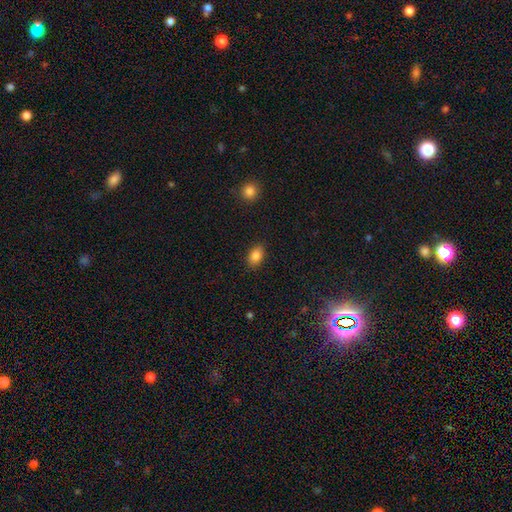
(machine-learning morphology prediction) Smooth or featured: smooth — 85% (star or artifact — 9%)
How rounded: in between — 83% (round — 15%)
Merging: none — 87% (minor disturbance — 10%)